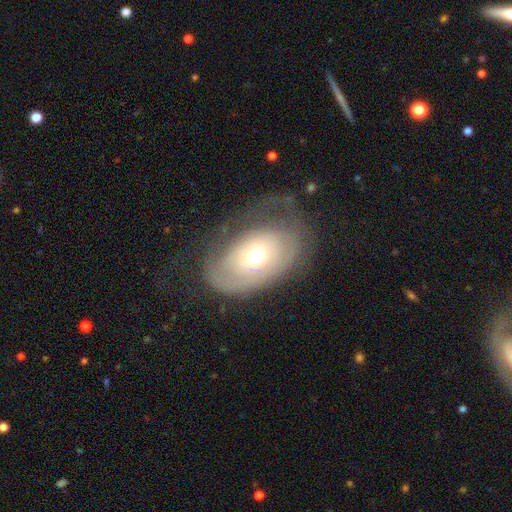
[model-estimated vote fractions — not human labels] Smooth or featured: featured or disk — 50% (smooth — 42%)
Edge-on disk: no — 92% (yes — 8%)
Merging: none — 47% (minor disturbance — 26%)